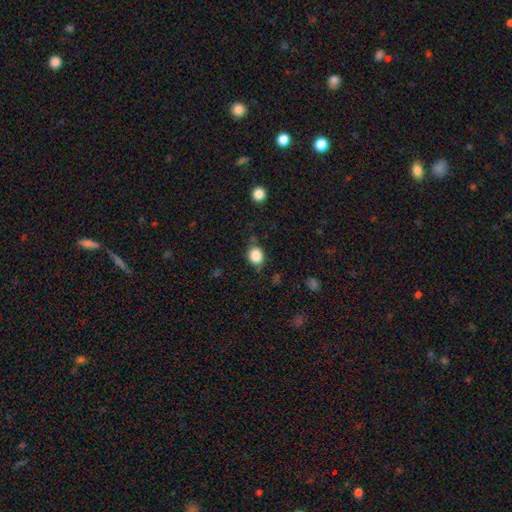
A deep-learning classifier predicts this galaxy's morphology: Overall: smooth (86%). How rounded: round (58%; in between 41%). Merging: none (75%).